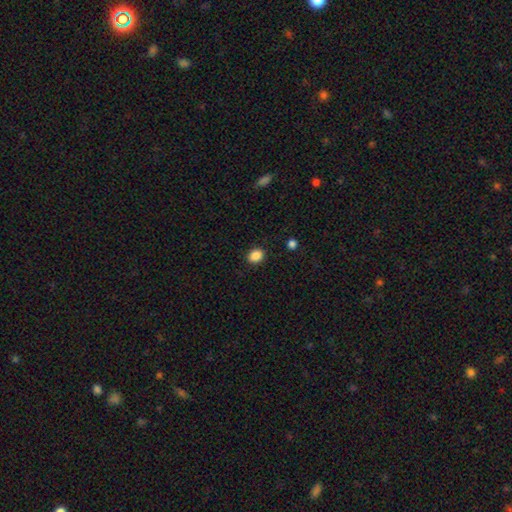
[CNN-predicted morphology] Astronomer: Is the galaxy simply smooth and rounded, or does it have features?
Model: smooth — 87%.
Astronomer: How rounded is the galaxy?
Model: round — 51% (runner-up: in between, 48%).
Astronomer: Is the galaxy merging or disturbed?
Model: none — 89%.